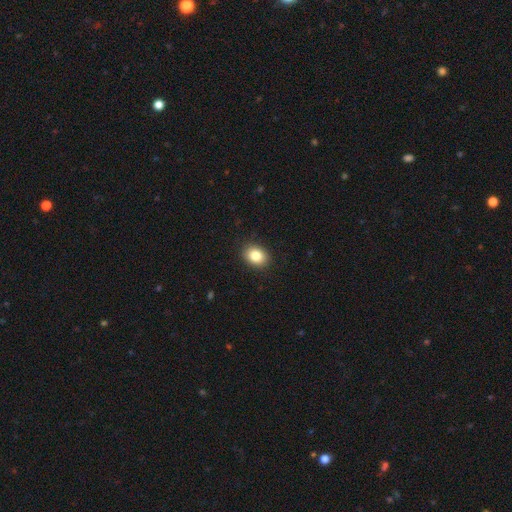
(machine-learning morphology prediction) Smooth or featured? smooth (84%)
How rounded? in between (62%)
Merging? none (90%)